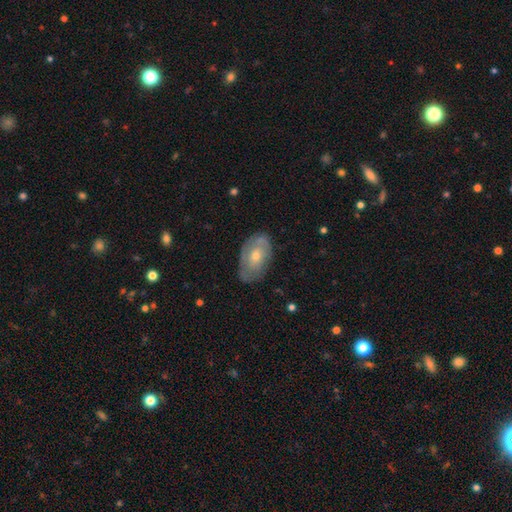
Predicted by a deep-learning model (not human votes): smooth_or_featured: featured or disk (p=0.53) [alt: smooth p=0.40]
disk_edge_on: no (p=0.90) [alt: yes p=0.10]
merging: none (p=0.76) [alt: minor disturbance p=0.18]